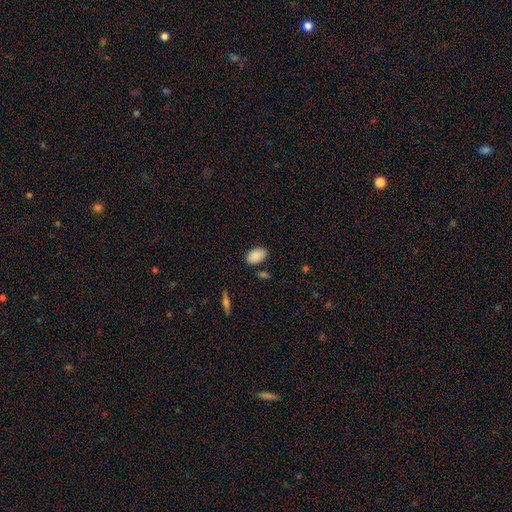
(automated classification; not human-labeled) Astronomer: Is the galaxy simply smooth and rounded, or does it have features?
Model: smooth — 87%.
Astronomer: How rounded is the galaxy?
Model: in between — 93%.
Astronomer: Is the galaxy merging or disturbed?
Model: none — 83%.